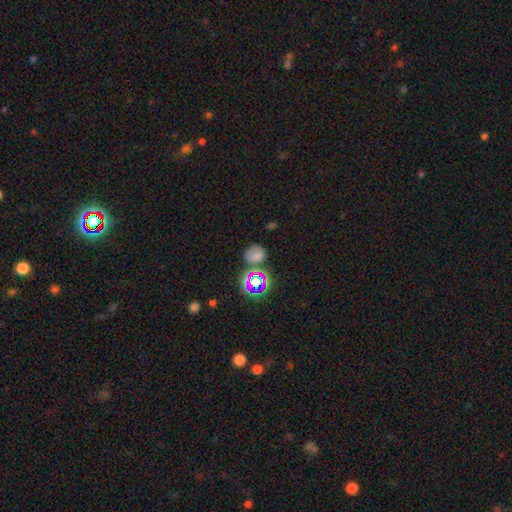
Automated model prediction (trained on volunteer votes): Morphology: type=smooth (59%); roundness=round (65%); merging=none (58%).